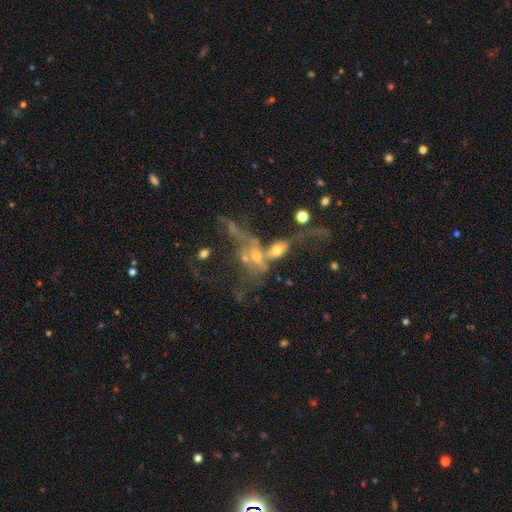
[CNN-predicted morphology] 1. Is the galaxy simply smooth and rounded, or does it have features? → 55% featured or disk, 28% smooth, 18% star or artifact.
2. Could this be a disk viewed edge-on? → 87% no, 13% yes.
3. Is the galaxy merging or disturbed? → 63% merger, 19% major disturbance, 12% none, 6% minor disturbance.